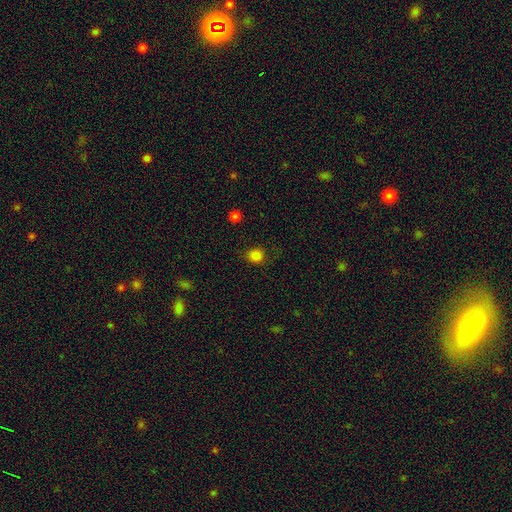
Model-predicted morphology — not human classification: Smooth or featured? Predicted: smooth (p=0.83). How rounded? Predicted: round (p=0.80). Merging? Predicted: none (p=0.81).